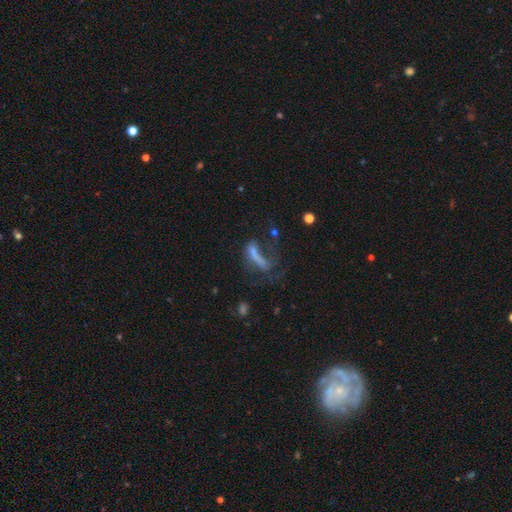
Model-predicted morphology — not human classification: Smooth or featured? smooth (43%)
Merging? major disturbance (51%)